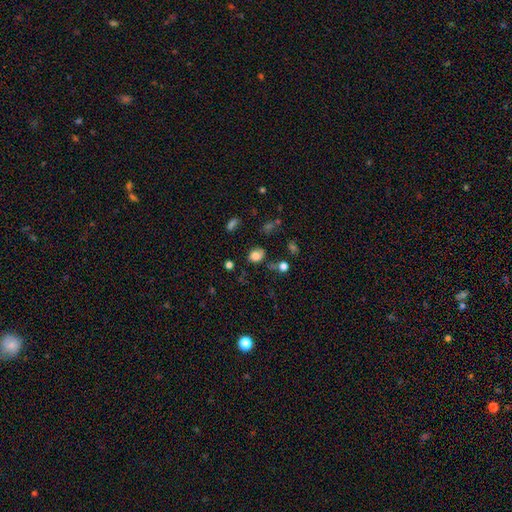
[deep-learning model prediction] A smooth galaxy with no disk features (77%) that is in between round and cigar-shaped (50%). Merging: none (51%).